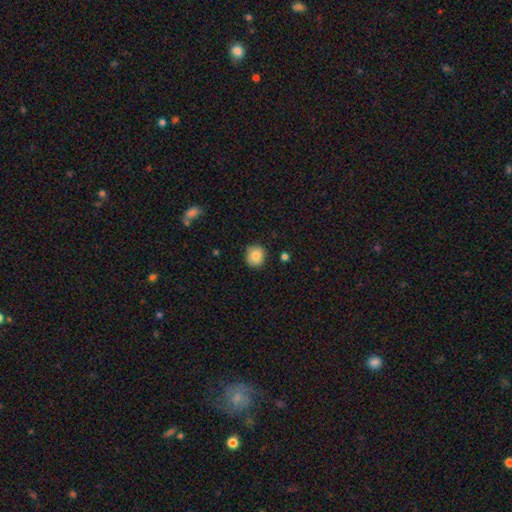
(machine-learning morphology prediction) A smooth galaxy with no disk features (84%) that is round (86%).

Vote fractions:
- Smooth or featured? smooth: 84% / star or artifact: 9% / featured or disk: 7%
- How rounded? round: 86% / in between: 13% / cigar-shaped: 1%
- Merging? none: 83% / minor disturbance: 13% / major disturbance: 2% / merger: 2%